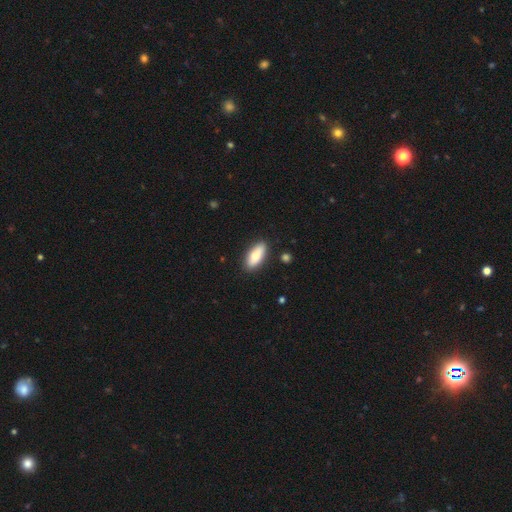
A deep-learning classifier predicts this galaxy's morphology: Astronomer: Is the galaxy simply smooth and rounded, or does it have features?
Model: smooth — 82%.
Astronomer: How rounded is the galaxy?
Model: in between — 76%.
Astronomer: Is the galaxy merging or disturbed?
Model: none — 86%.